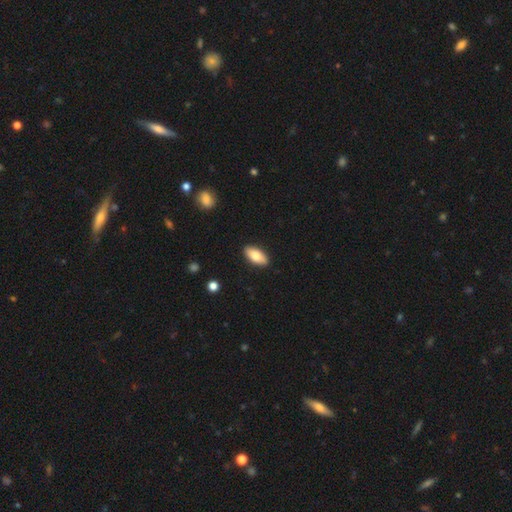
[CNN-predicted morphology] Overall: smooth (80%). How rounded: in between (88%). Merging: none (90%).